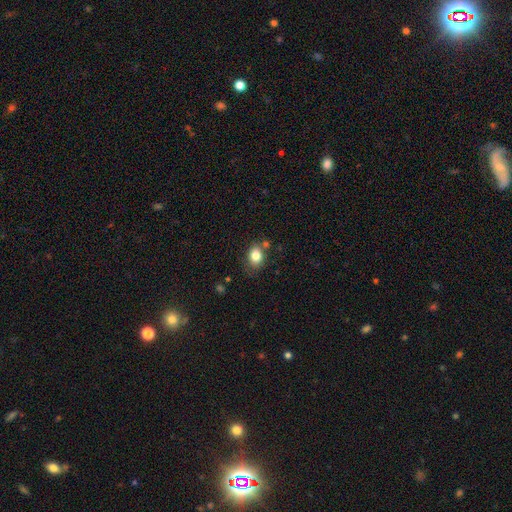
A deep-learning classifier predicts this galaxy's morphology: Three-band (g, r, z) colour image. It shows a smooth galaxy with no disk features (82%) that is in between round and cigar-shaped (59%). Merging: none (72%).